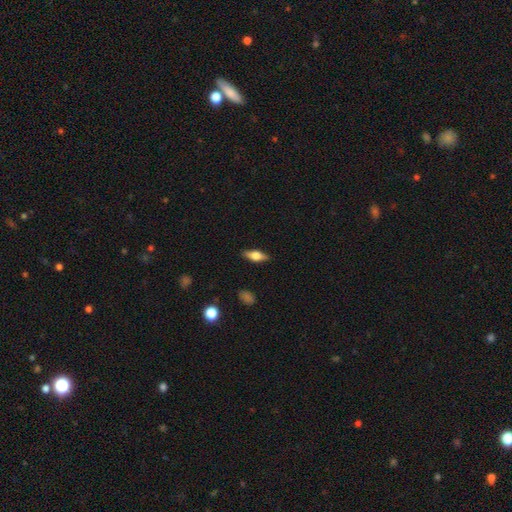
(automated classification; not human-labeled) A smooth galaxy with no disk features (51%) that is in between round and cigar-shaped (63%).

Vote fractions:
- Smooth or featured? smooth: 51% / featured or disk: 42% / star or artifact: 7%
- How rounded? in between: 63% / cigar-shaped: 33% / round: 4%
- Merging? none: 88% / minor disturbance: 9% / major disturbance: 2% / merger: 1%